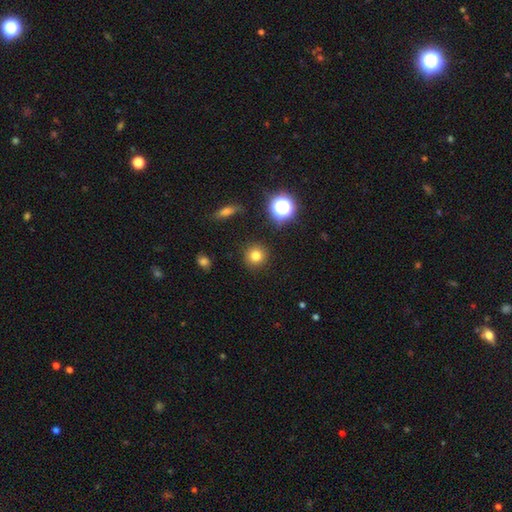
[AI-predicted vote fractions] Smooth or featured? Predicted: smooth (p=0.78). How rounded? Predicted: round (p=0.93). Merging? Predicted: none (p=0.90).